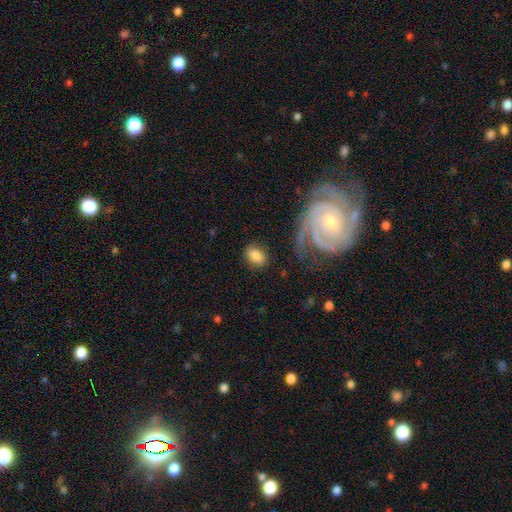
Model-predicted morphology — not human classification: Overall: smooth (81%). How rounded: in between (82%). Merging: none (79%).